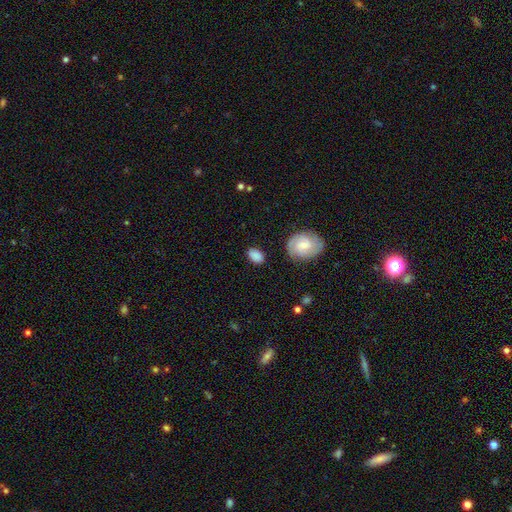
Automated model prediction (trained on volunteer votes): Smooth or featured? Predicted: smooth (p=0.82). How rounded? Predicted: in between (p=0.85). Merging? Predicted: none (p=0.78).